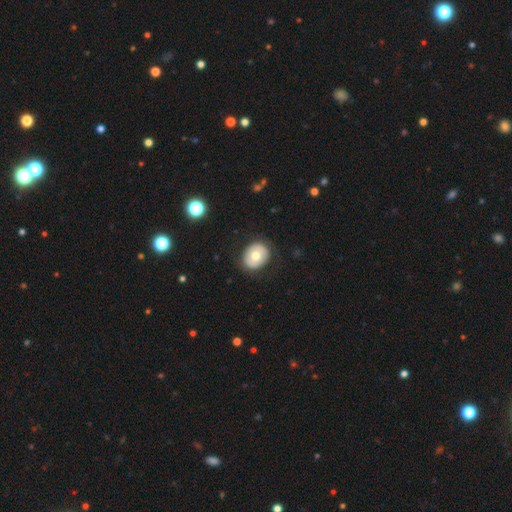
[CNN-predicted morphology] Smooth or featured: smooth — 63% (featured or disk — 30%)
How rounded: round — 65% (in between — 34%)
Merging: none — 85% (minor disturbance — 11%)